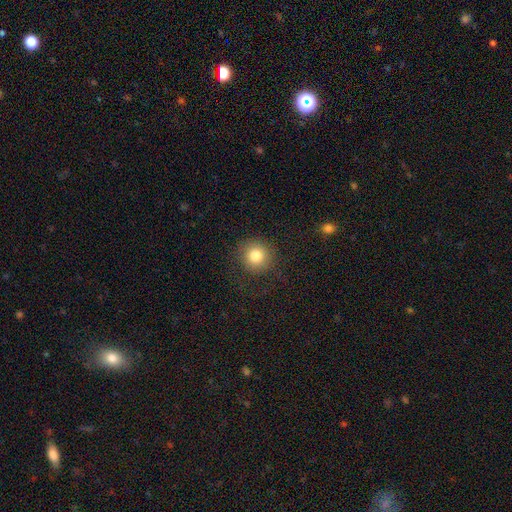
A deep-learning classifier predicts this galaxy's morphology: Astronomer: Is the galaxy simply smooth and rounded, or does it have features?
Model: smooth — 82%.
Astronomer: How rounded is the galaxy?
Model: round — 93%.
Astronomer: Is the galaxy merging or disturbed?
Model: none — 84%.